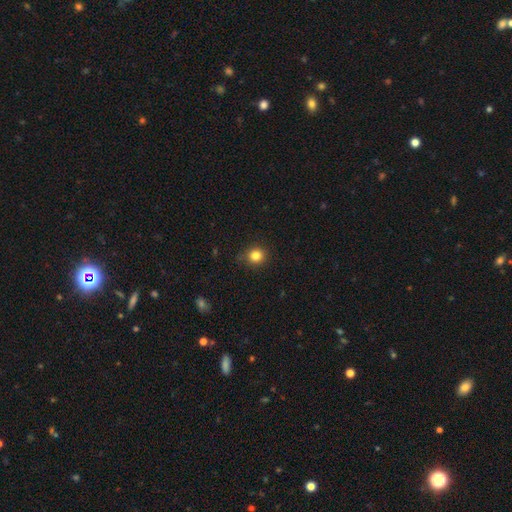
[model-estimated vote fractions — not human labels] Q: Smooth or featured?
A: smooth (83%); runner-up: star or artifact (12%)
Q: How rounded?
A: round (86%); runner-up: in between (13%)
Q: Merging?
A: none (85%); runner-up: minor disturbance (12%)